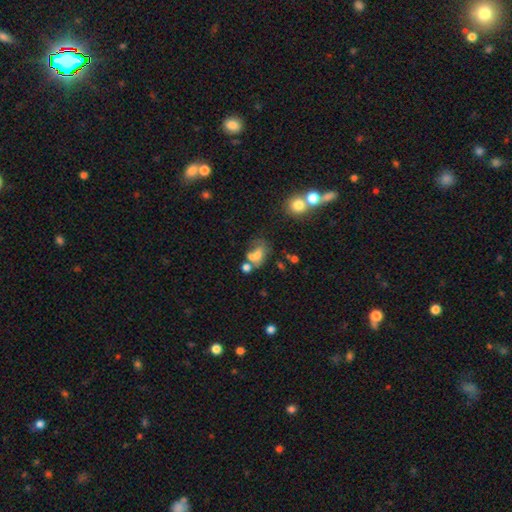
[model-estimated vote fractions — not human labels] This appears to be a smooth galaxy with no disk features (59%) that is in between round and cigar-shaped (73%). Merging: merger (37%).